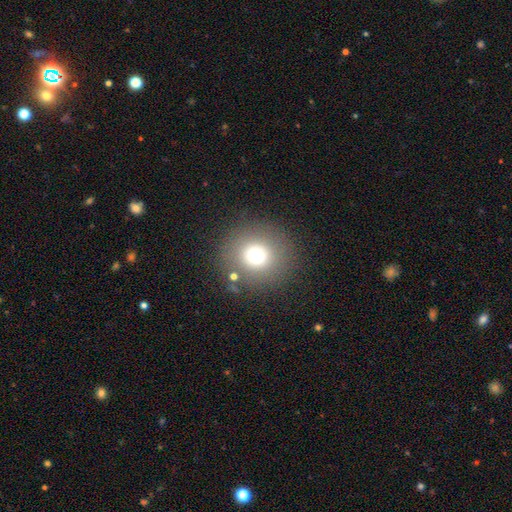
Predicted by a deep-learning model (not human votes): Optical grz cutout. It shows a smooth galaxy with no disk features (70%) that is round (89%). Merging: none (83%).